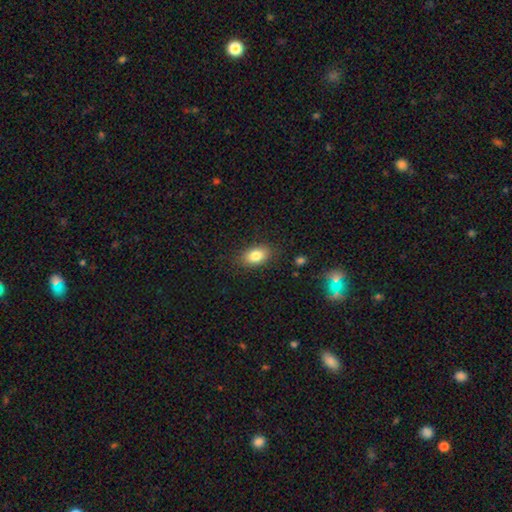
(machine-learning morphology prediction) smooth_or_featured: smooth (p=0.82) [alt: featured or disk p=0.10]
how_rounded: in between (p=0.87) [alt: round p=0.11]
merging: none (p=0.85) [alt: minor disturbance p=0.11]